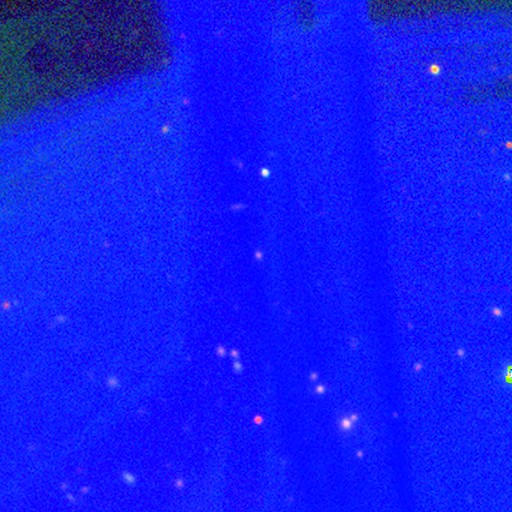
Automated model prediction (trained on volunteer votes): This is clearly a star or artifact rather than a galaxy (87%).